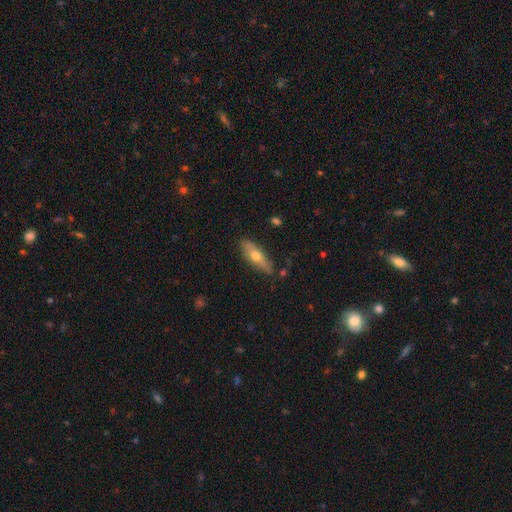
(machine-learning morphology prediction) This appears to be a smooth galaxy with no disk features (55%) that is cigar-shaped (50%). Merging: none (81%).